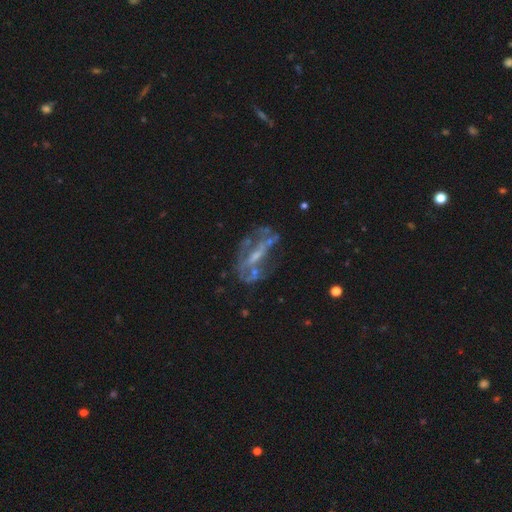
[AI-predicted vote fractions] A featured or disk galaxy (68%) with no bar (39%), spiral arms (50%, tied with no) and a small central bulge (51%).

Vote fractions:
- Smooth or featured? featured or disk: 68% / star or artifact: 17% / smooth: 14%
- Edge-on disk? no: 84% / yes: 16%
- Bar? no: 39% / weak: 32% / strong: 29%
- Spiral arms? yes: 50% (tied) / no: 50% (tied)
- Bulge size? small: 51% / moderate: 26% / none: 19% / large: 2% / dominant: 1%
- Merging? none: 46% / major disturbance: 27% / minor disturbance: 18% / merger: 9%